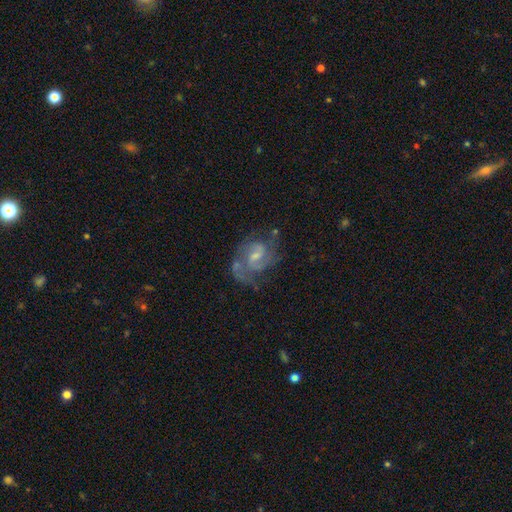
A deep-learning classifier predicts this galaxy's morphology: smooth_or_featured: featured or disk (p=0.83) [alt: smooth p=0.09]
disk_edge_on: no (p=0.98) [alt: yes p=0.02]
bar: weak (p=0.55) [alt: no p=0.34]
has_spiral_arms: yes (p=0.94) [alt: no p=0.06]
spiral_winding: medium (p=0.51) [alt: tight p=0.33]
spiral_arm_count: 2 (p=0.65) [alt: can't tell p=0.14]
bulge_size: small (p=0.56) [alt: moderate p=0.32]
merging: none (p=0.58) [alt: minor disturbance p=0.20]